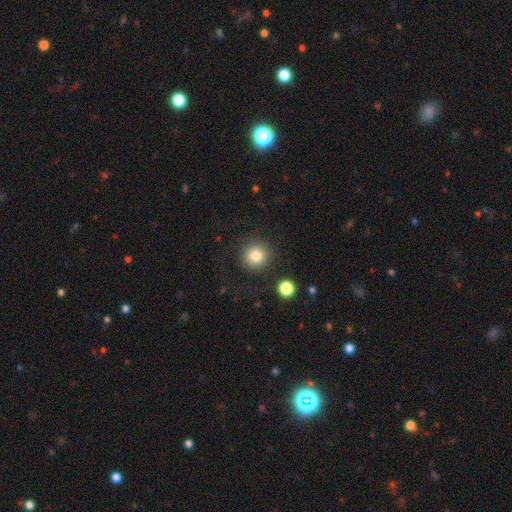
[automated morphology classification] smooth 82%, star or artifact 11%, featured or disk 7%. Down the decision tree: how rounded — round (94%); merging — none (87%).